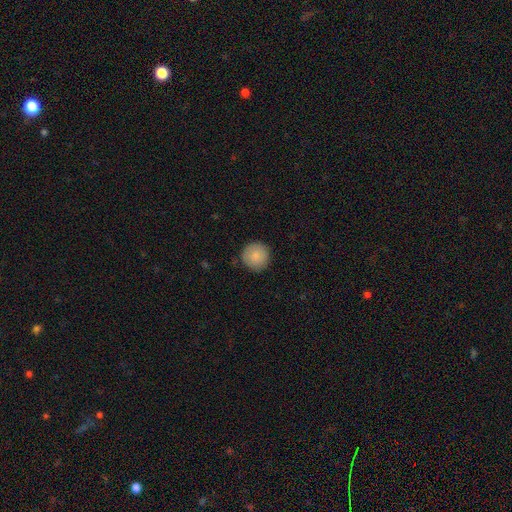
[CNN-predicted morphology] smooth 85%, star or artifact 7%, featured or disk 7%. Down the decision tree: how rounded — round (95%); merging — none (88%).